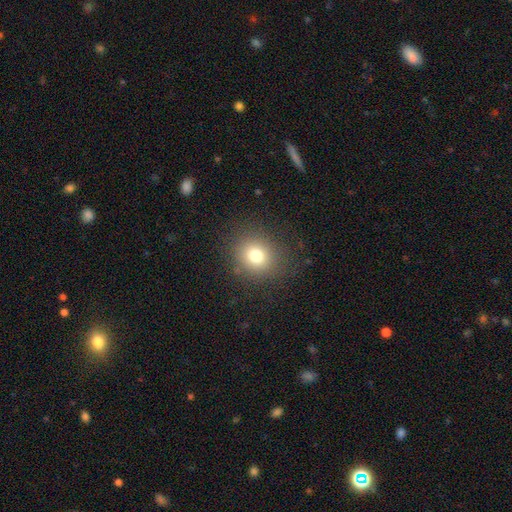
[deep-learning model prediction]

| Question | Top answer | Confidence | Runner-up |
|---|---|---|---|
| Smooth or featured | smooth | 76% | star or artifact (14%) |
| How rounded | round | 79% | in between (21%) |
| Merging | none | 85% | minor disturbance (9%) |